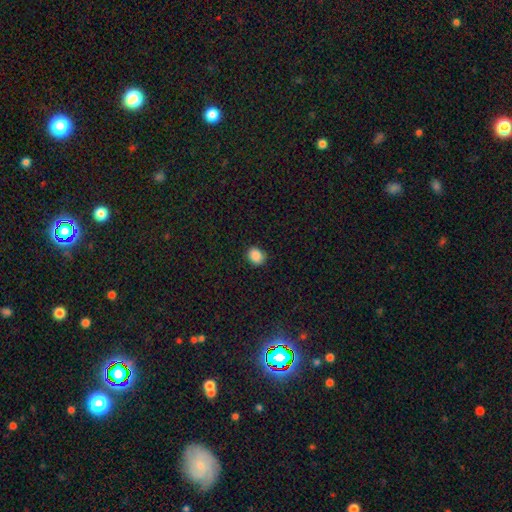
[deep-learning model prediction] The model was most divided on "how rounded": round: 53%, in between: 46%, cigar-shaped: 1%. More confident: smooth or featured — smooth (88%); merging — none (87%).